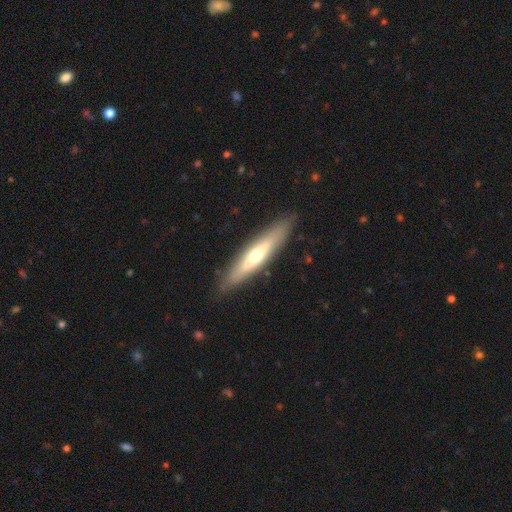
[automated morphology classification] The model was most divided on "smooth or featured": featured or disk: 52%, smooth: 43%, star or artifact: 5%. More confident: merging — none (89%); edge-on disk — yes (84%).